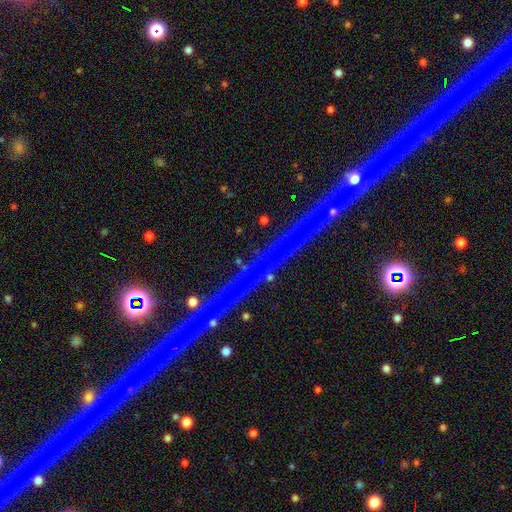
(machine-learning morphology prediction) This is likely a star or artifact rather than a galaxy (69%).